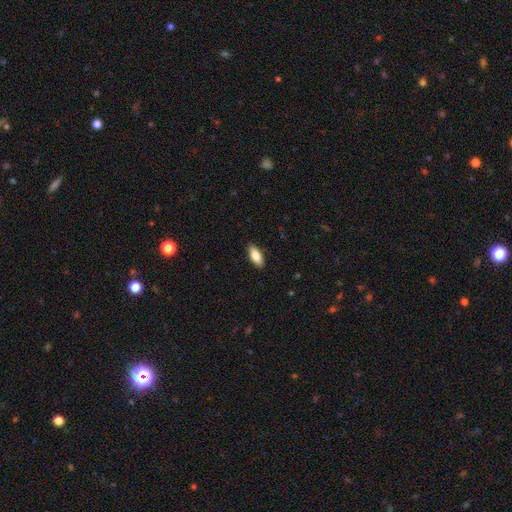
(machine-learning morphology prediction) Smooth or featured?
  - smooth: 80% *
  - featured or disk: 14%
  - star or artifact: 6%
How rounded?
  - in between: 82% *
  - cigar-shaped: 15%
  - round: 2%
Merging?
  - none: 89% *
  - minor disturbance: 8%
  - major disturbance: 2%
  - merger: 1%